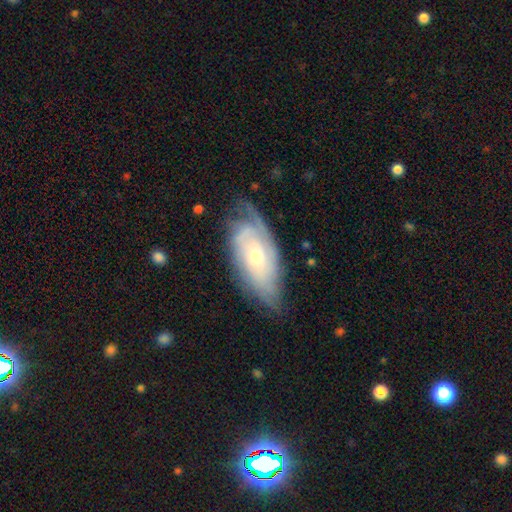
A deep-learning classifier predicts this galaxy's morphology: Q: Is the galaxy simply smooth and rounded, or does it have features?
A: featured or disk — 71%.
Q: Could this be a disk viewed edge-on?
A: no — 89%.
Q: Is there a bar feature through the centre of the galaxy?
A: no — 73%.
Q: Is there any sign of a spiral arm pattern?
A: yes — 88%.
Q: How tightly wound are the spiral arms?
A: tight — 59%.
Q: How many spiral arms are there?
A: can't tell — 49%.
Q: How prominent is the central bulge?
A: small — 51%.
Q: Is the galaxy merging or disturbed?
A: none — 64%.